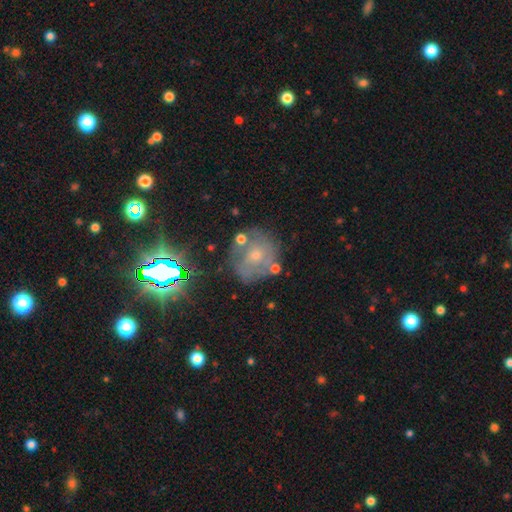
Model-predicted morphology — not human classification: type=featured or disk (49%); merging=none (61%).